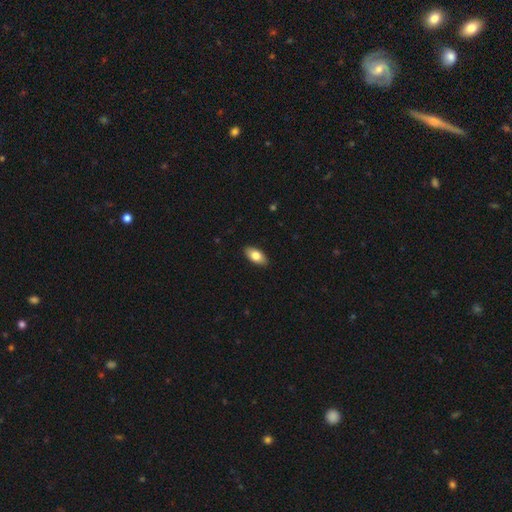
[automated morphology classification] smooth_or_featured: smooth (p=0.80) [alt: featured or disk p=0.14]
how_rounded: in between (p=0.92) [alt: cigar-shaped p=0.05]
merging: none (p=0.90) [alt: minor disturbance p=0.08]